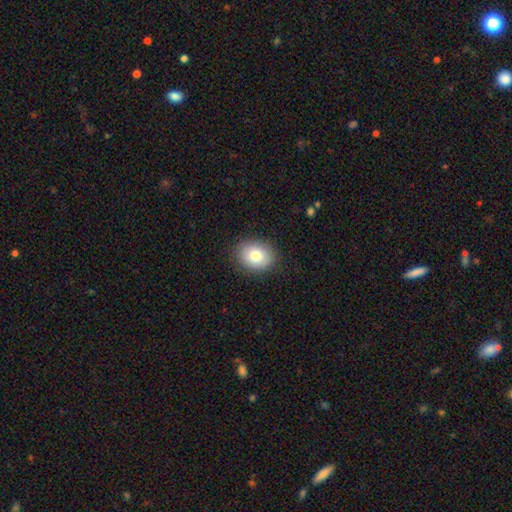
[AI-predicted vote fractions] Overall: smooth (79%). How rounded: in between (55%; round 44%). Merging: none (87%).